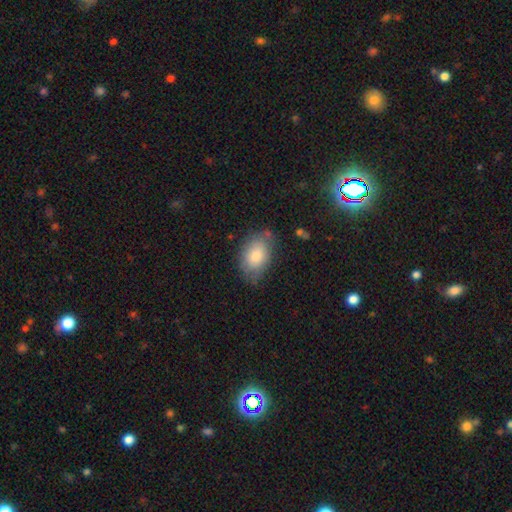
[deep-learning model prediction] Overall: smooth (78%). How rounded: in between (86%). Merging: none (68%).